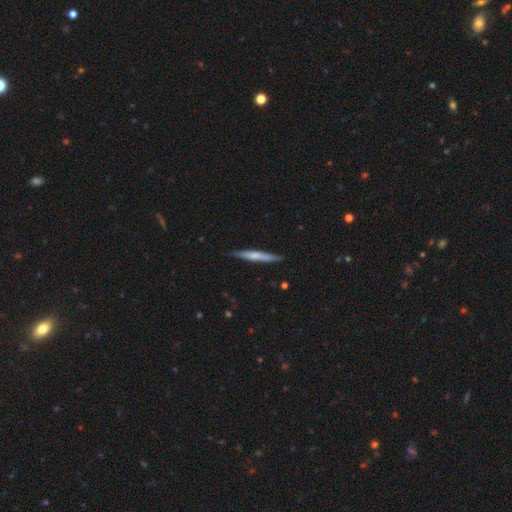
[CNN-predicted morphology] This is possibly a smooth galaxy (51%). How rounded: clearly cigar-shaped (95%). Merging: clearly none (87%).